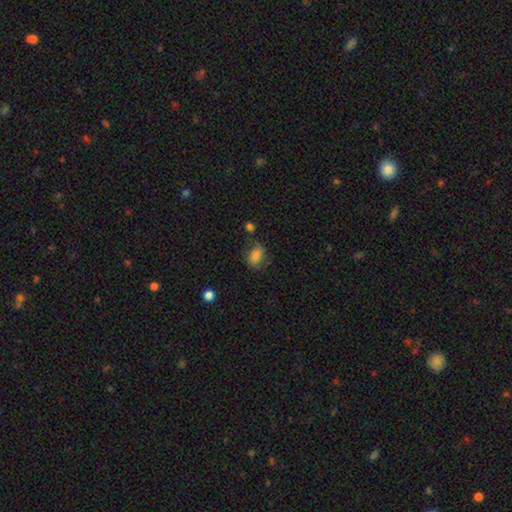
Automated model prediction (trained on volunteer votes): Morphology: type=smooth (76%); roundness=in between (70%); merging=none (61%).